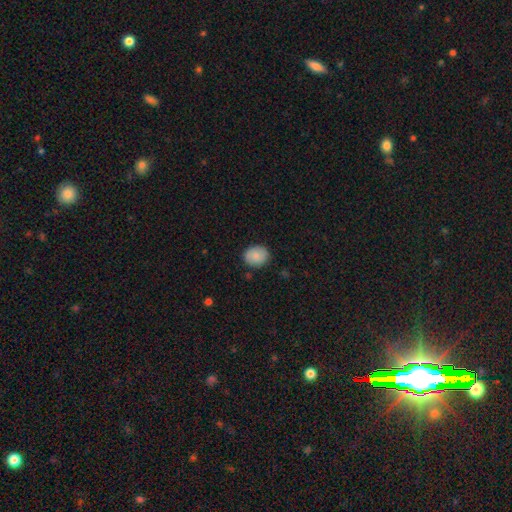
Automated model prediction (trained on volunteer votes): This is clearly a smooth galaxy (86%). How rounded: likely round (61%). Merging: clearly none (84%).